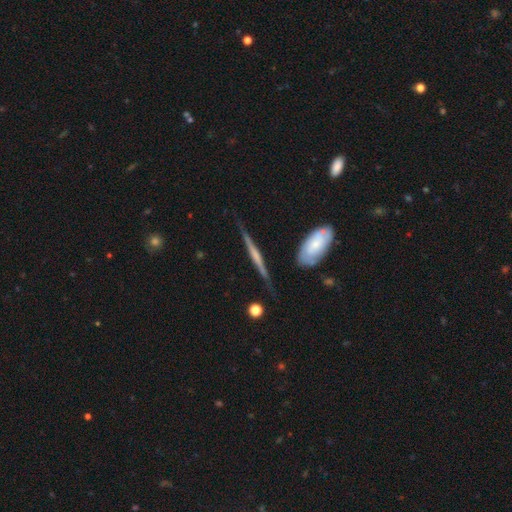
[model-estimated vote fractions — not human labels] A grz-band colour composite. It shows a featured or disk galaxy (73%) viewed edge-on (95%) with no central bulge (39%, tied with rounded). Merging: none (75%).